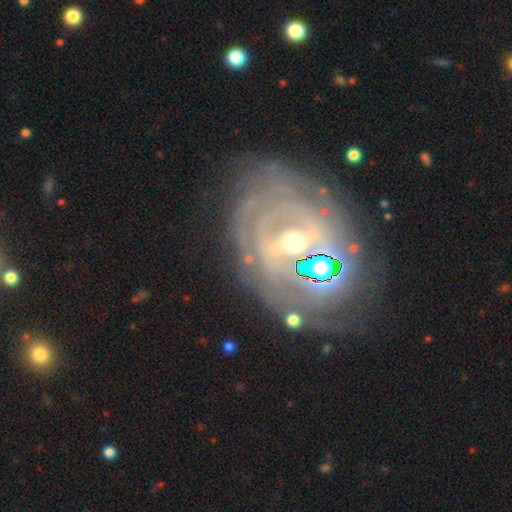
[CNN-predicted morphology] A featured or disk galaxy (80%) with a strong bar (40%), tight (77%) spiral arms (85%) and a moderate central bulge (48%).

Vote fractions:
- Smooth or featured? featured or disk: 80% / star or artifact: 12% / smooth: 8%
- Edge-on disk? no: 94% / yes: 6%
- Bar? strong: 40% / weak: 35% / no: 25%
- Spiral arms? yes: 85% / no: 15%
- Spiral winding? tight: 77% / medium: 18% / loose: 6%
- Spiral arm count? can't tell: 40% / 2: 16% / 3: 13% / more than 4: 12% / 4: 12% / 1: 7%
- Bulge size? moderate: 48% / small: 45% / large: 4% / none: 2% / dominant: 2%
- Merging? none: 71% / minor disturbance: 15% / major disturbance: 9% / merger: 5%